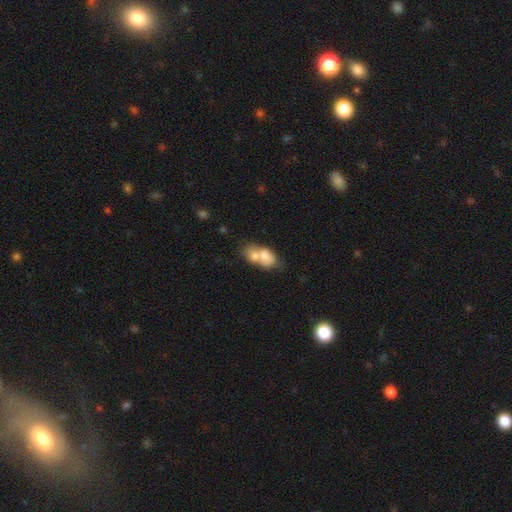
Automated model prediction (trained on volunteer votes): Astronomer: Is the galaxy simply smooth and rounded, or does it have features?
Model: smooth — 66%.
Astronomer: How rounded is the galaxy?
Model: in between — 72%.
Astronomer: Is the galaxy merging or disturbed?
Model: merger — 64%.